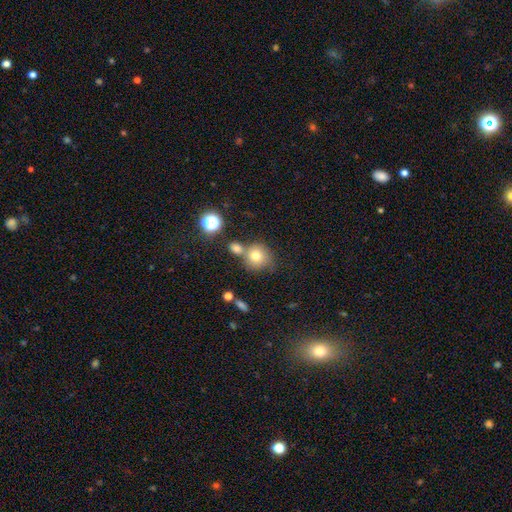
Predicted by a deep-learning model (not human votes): Smooth or featured? Predicted: smooth (p=0.75). How rounded? Predicted: round (p=0.86). Merging? Predicted: none (p=0.55).